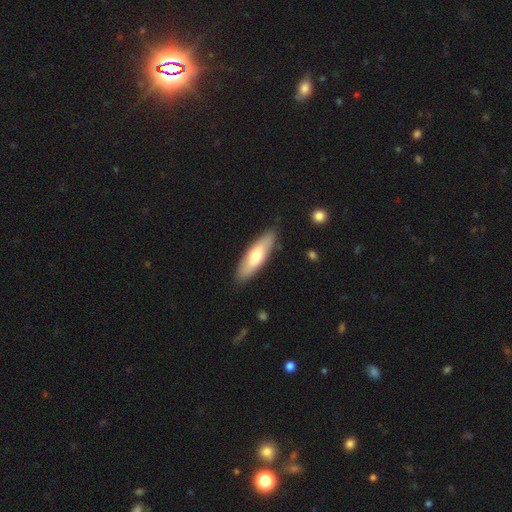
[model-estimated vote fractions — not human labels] The model was most divided on "how rounded": cigar-shaped: 52%, in between: 47%, round: 2%. More confident: merging — none (86%); smooth or featured — smooth (61%).